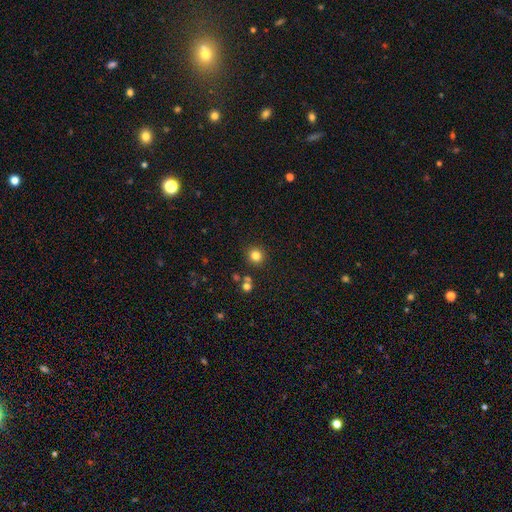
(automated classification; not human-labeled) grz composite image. It shows a smooth galaxy with no disk features (82%) that is round (92%). Merging: none (87%).